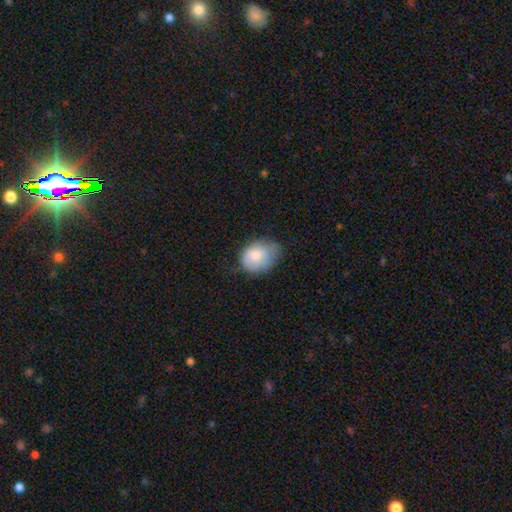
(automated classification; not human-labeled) A smooth galaxy with no disk features (76%) that is in between round and cigar-shaped (60%). Merging: none (46%).